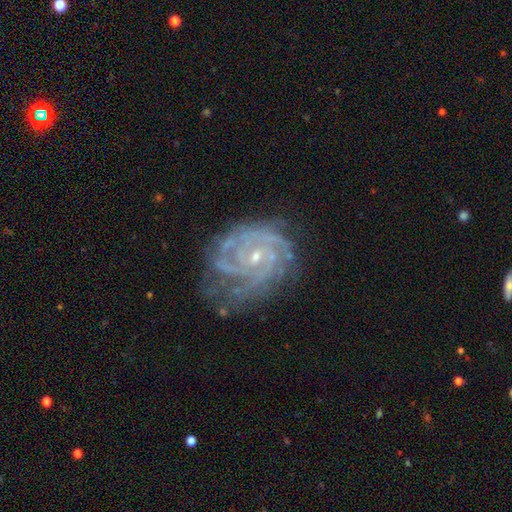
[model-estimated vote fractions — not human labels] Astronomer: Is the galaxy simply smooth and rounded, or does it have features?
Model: featured or disk — 89%.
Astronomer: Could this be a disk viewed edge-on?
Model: no — 98%.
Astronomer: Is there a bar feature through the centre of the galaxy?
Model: no — 70%.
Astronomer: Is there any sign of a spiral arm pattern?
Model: yes — 98%.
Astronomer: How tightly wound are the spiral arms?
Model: tight — 74%.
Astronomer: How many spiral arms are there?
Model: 3 — 26% (runner-up: 2, 21%).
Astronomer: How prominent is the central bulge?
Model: small — 75%.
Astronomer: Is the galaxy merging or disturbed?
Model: none — 64%.